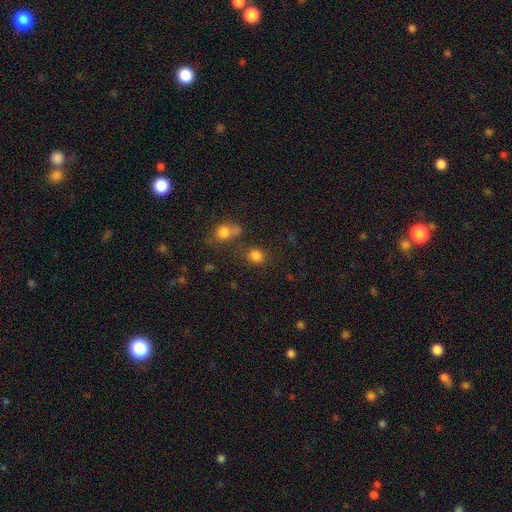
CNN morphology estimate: Overall: smooth (81%). How rounded: round (69%; in between 30%). Merging: none (69%).